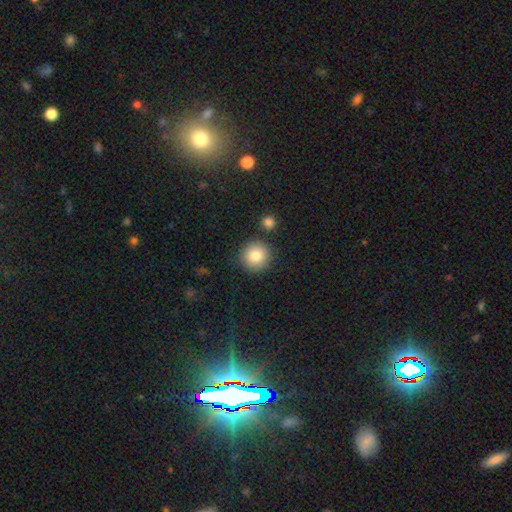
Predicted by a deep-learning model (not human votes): This appears to be a smooth galaxy with no disk features (82%) that is round (94%). Merging: none (84%).